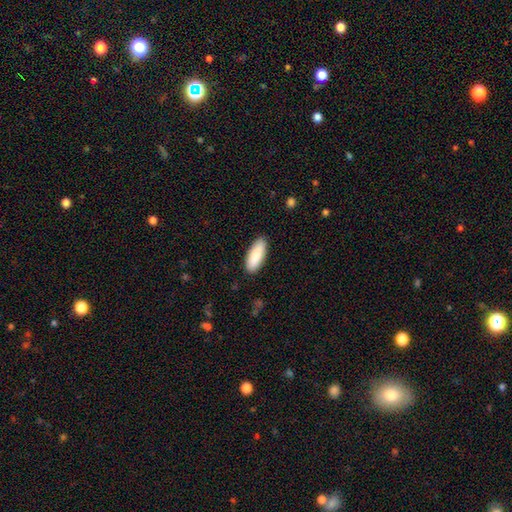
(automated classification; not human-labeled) Q: Smooth or featured?
A: smooth (88%); runner-up: featured or disk (7%)
Q: How rounded?
A: in between (72%); runner-up: cigar-shaped (27%)
Q: Merging?
A: none (89%); runner-up: minor disturbance (8%)